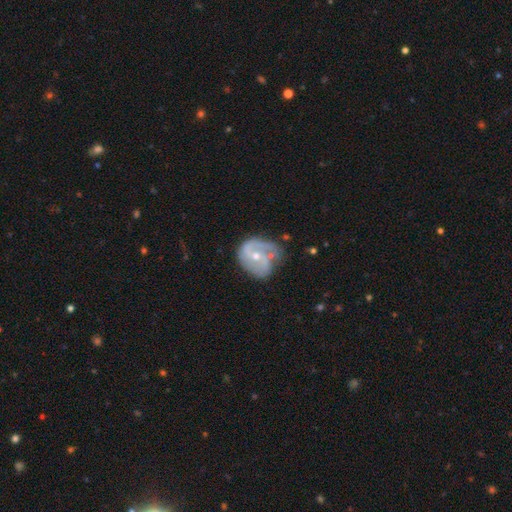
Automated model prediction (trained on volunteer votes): This appears to be a featured or disk galaxy (79%) with no bar (45%), 2 (62%) medium (45%) spiral arms (88%) and a small central bulge (50%). Merging: none (44%).